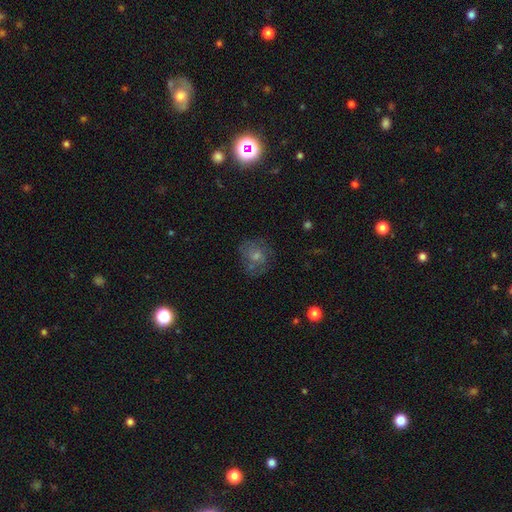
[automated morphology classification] Smooth or featured?
  - smooth: 57% *
  - featured or disk: 33%
  - star or artifact: 10%
How rounded?
  - round: 70% *
  - in between: 29%
  - cigar-shaped: 1%
Merging?
  - none: 59% *
  - minor disturbance: 22%
  - major disturbance: 14%
  - merger: 5%